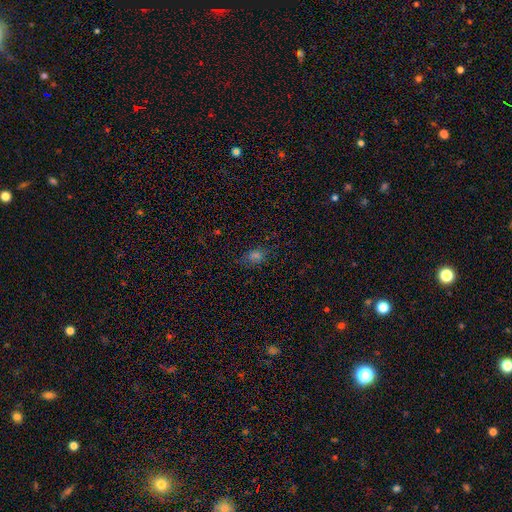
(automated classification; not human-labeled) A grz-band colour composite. It shows a smooth galaxy with no disk features (67%) that is in between round and cigar-shaped (73%). Merging: none (72%).